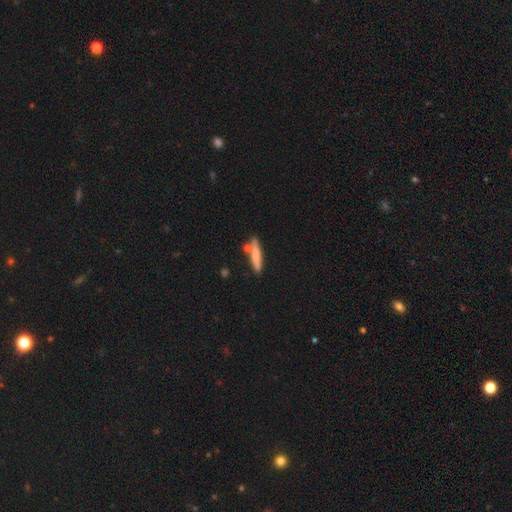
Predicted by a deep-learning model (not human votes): smooth 73%, featured or disk 21%, star or artifact 6%. Down the decision tree: how rounded — cigar-shaped (87%); merging — none (75%).